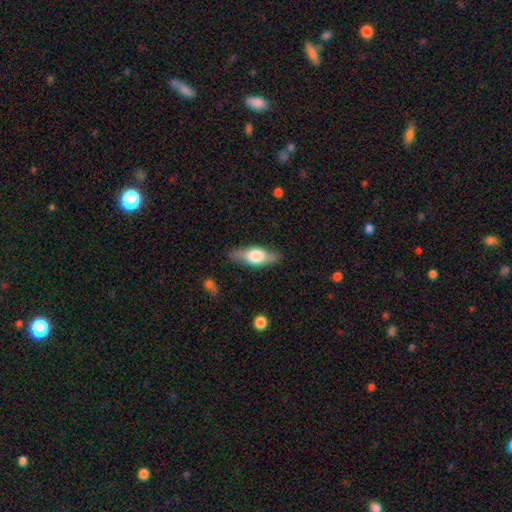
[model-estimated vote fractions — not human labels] Smooth or featured? smooth (51%)
How rounded? in between (64%)
Merging? none (81%)